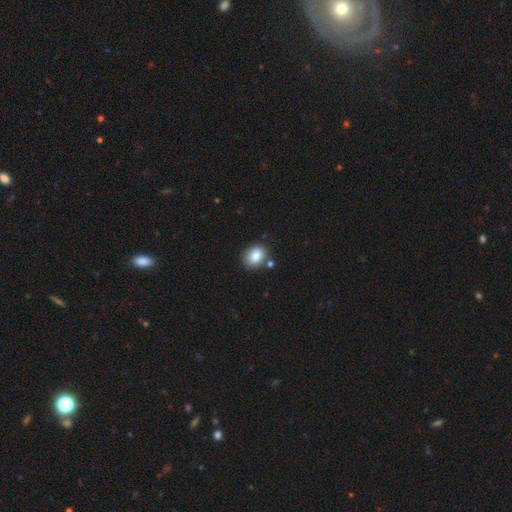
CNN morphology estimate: smooth-or-featured: smooth: 84% | star or artifact: 9% | featured or disk: 7%
  how-rounded: in between: 53% | round: 46% | cigar-shaped: 1%
  merging: none: 76% | minor disturbance: 12% | merger: 9% | major disturbance: 3%